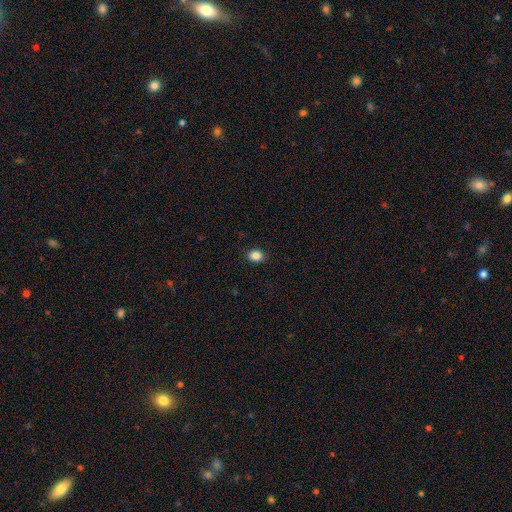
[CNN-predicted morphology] A smooth galaxy with no disk features (86%) that is in between round and cigar-shaped (54%).

Vote fractions:
- Smooth or featured? smooth: 86% / star or artifact: 10% / featured or disk: 4%
- How rounded? in between: 54% / round: 45% / cigar-shaped: 1%
- Merging? none: 89% / minor disturbance: 8% / major disturbance: 2% / merger: 1%